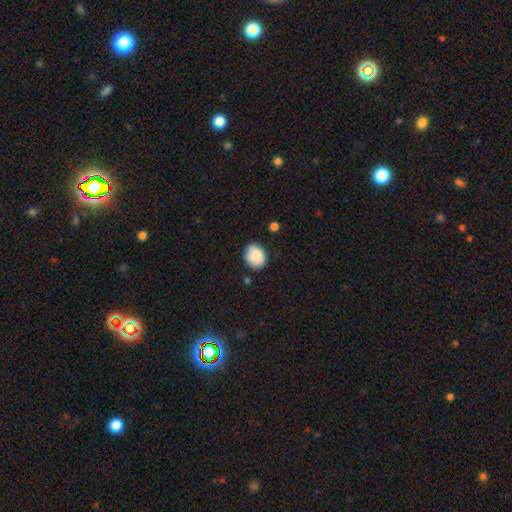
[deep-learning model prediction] Morphology: type=smooth (86%); roundness=round (61%); merging=none (75%).